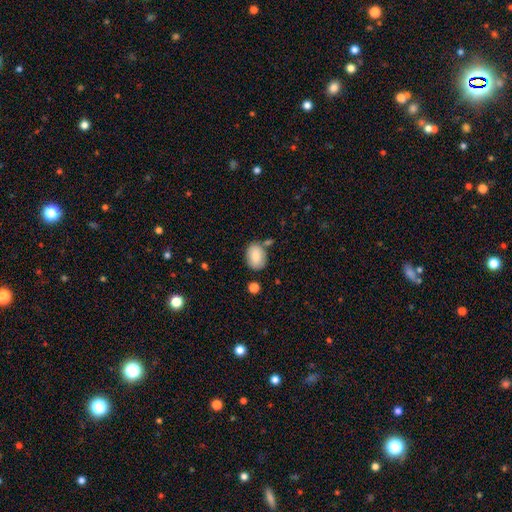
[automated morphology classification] This is clearly a smooth galaxy (84%). How rounded: likely in between (77%). Merging: likely none (72%).